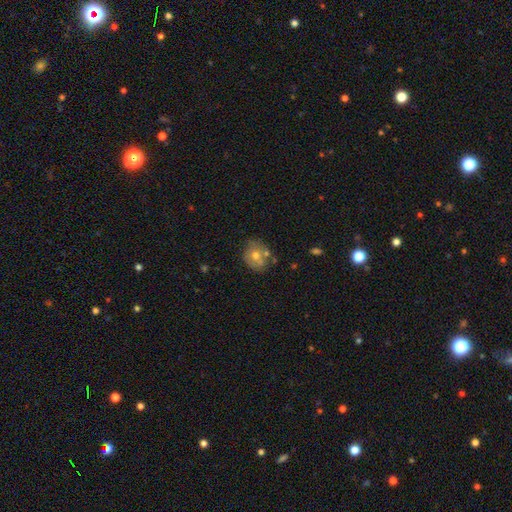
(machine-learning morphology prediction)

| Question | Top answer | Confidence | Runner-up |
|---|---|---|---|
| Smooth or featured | smooth | 58% | featured or disk (32%) |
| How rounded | round | 68% | in between (31%) |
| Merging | none | 57% | minor disturbance (20%) |